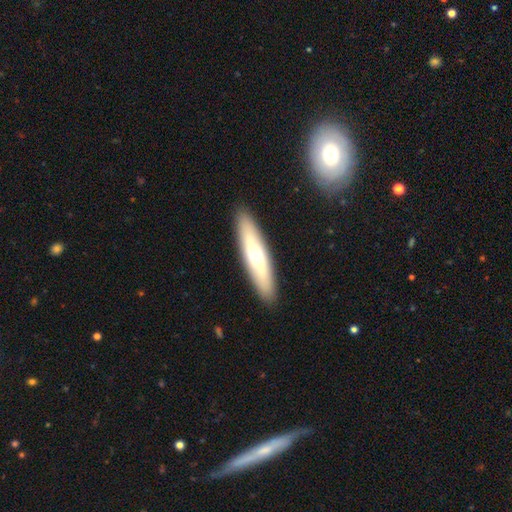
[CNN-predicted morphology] smooth-or-featured: smooth: 50% | featured or disk: 44% | star or artifact: 5%
  how-rounded: cigar-shaped: 77% | in between: 22% | round: 2%
  merging: none: 90% | minor disturbance: 7% | major disturbance: 2% | merger: 1%